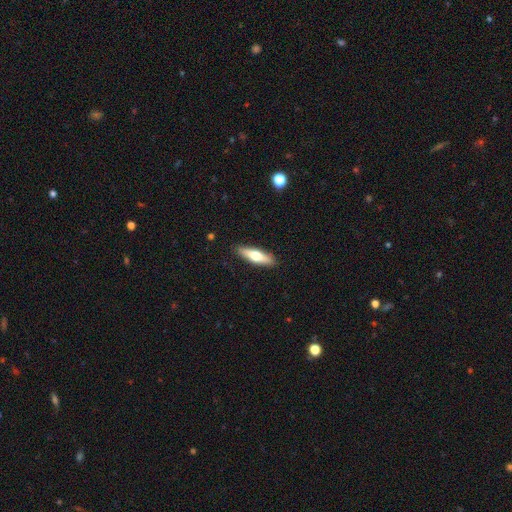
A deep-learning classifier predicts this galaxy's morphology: Smooth or featured?
  - smooth: 60% *
  - featured or disk: 34%
  - star or artifact: 5%
How rounded?
  - cigar-shaped: 60% *
  - in between: 38%
  - round: 2%
Merging?
  - none: 89% *
  - minor disturbance: 8%
  - major disturbance: 2%
  - merger: 1%